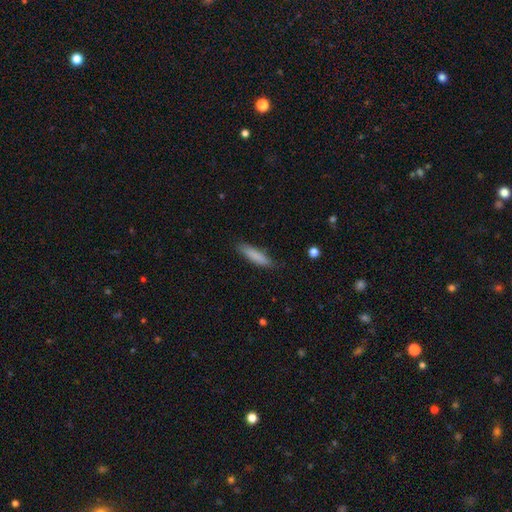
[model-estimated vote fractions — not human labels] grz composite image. It shows a smooth galaxy with no disk features (83%) that is cigar-shaped (80%). Merging: none (85%).